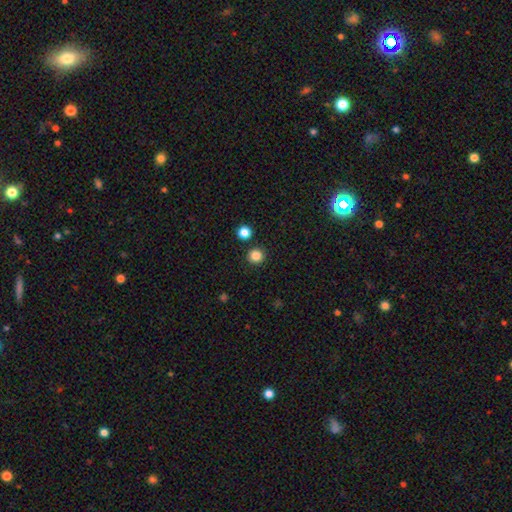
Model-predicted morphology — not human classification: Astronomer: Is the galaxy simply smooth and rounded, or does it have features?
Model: smooth — 84%.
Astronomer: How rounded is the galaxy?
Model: round — 95%.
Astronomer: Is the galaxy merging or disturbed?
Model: none — 91%.